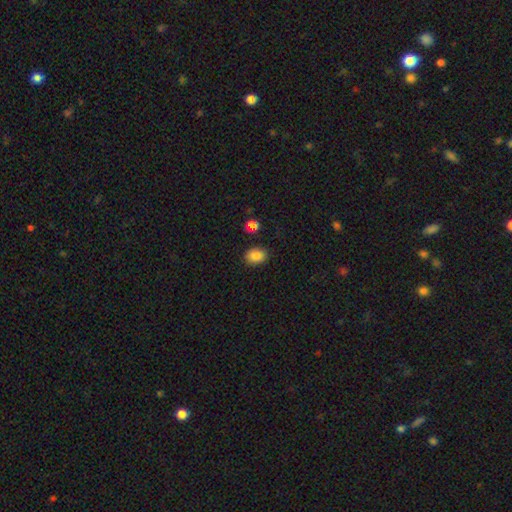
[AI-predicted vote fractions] A smooth galaxy with no disk features (86%) that is in between round and cigar-shaped (69%). Merging: none (85%).